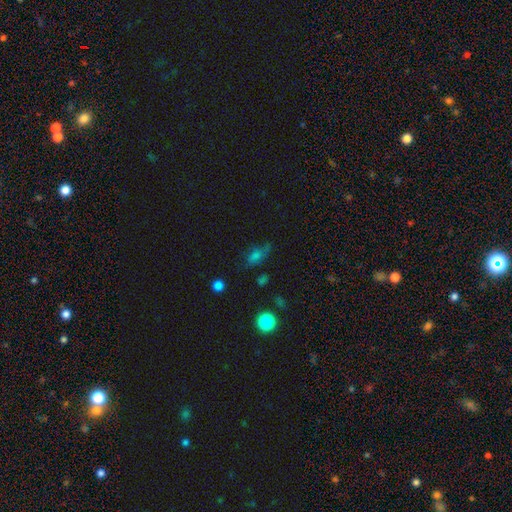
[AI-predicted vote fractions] The model was most divided on "merging": none: 51%, minor disturbance: 29%, major disturbance: 17%, merger: 4%. More confident: how rounded — in between (75%); smooth or featured — smooth (61%).